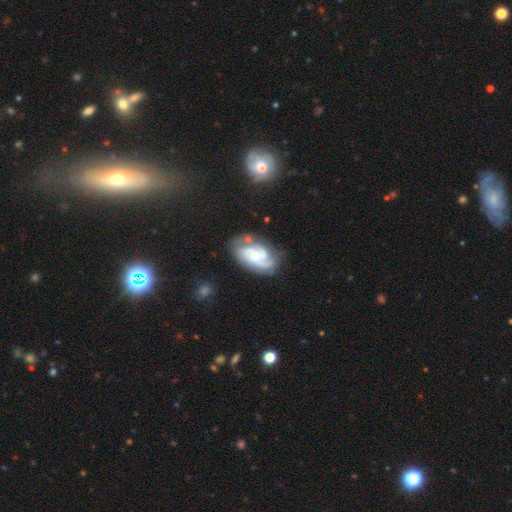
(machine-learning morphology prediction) A featured or disk galaxy (74%) with no bar (65%), 2 (35%) tight (45%) spiral arms (93%) and a small central bulge (46%). Merging: none (61%).